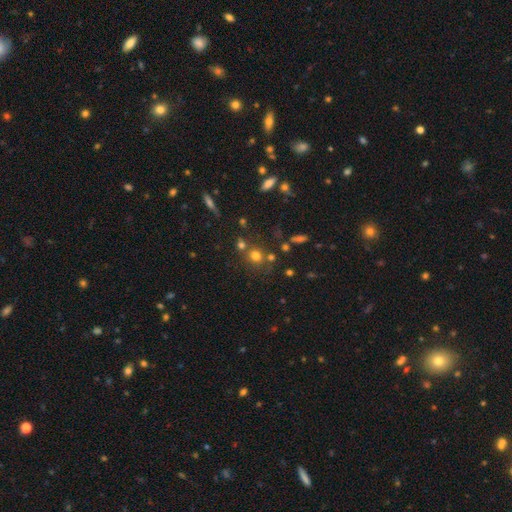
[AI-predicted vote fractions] The model was most divided on "merging": none: 66%, merger: 19%, minor disturbance: 11%, major disturbance: 5%. More confident: how rounded — round (84%); smooth or featured — smooth (70%).